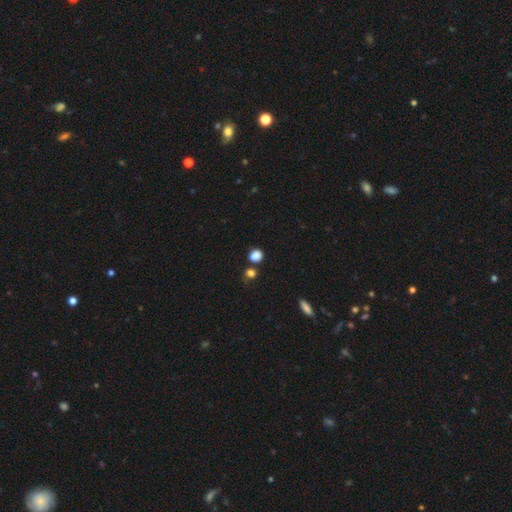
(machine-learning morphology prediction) Smooth or featured?
  - smooth: 84% *
  - star or artifact: 12%
  - featured or disk: 4%
How rounded?
  - round: 73% *
  - in between: 26%
  - cigar-shaped: 1%
Merging?
  - none: 73% *
  - merger: 14%
  - minor disturbance: 10%
  - major disturbance: 3%